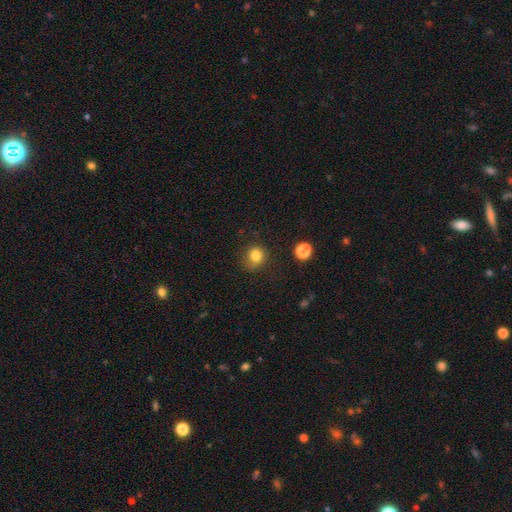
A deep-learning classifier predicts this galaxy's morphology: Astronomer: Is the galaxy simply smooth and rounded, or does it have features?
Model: smooth — 82%.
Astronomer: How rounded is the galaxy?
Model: round — 85%.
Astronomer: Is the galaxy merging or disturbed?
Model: none — 78%.